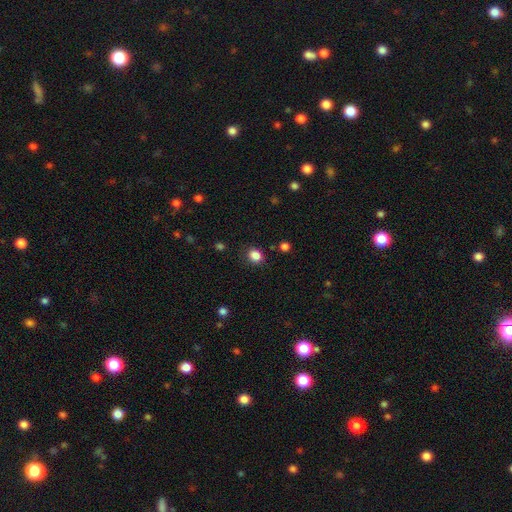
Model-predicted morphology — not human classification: Q: Smooth or featured?
A: smooth (85%); runner-up: star or artifact (11%)
Q: How rounded?
A: round (61%); runner-up: in between (38%)
Q: Merging?
A: none (85%); runner-up: minor disturbance (10%)